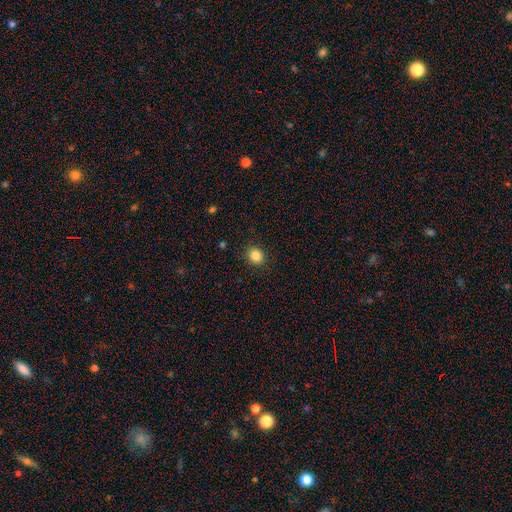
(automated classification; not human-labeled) Q: Smooth or featured?
A: smooth (84%); runner-up: star or artifact (11%)
Q: How rounded?
A: round (80%); runner-up: in between (19%)
Q: Merging?
A: none (90%); runner-up: minor disturbance (7%)